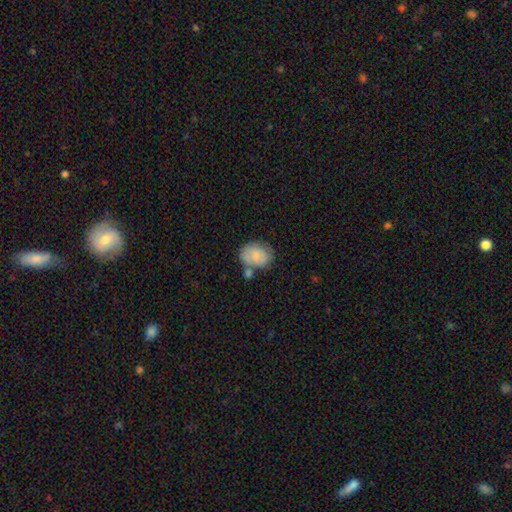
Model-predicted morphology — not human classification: Smooth or featured? smooth (77%)
How rounded? in between (65%)
Merging? none (49%)